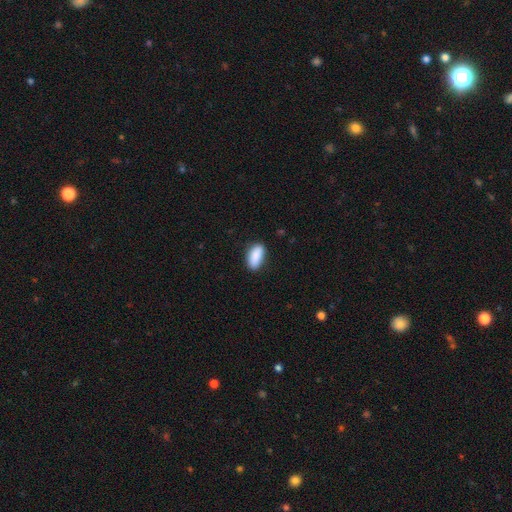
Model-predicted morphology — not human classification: This is clearly a smooth galaxy (89%). How rounded: clearly in between (90%). Merging: clearly none (83%).